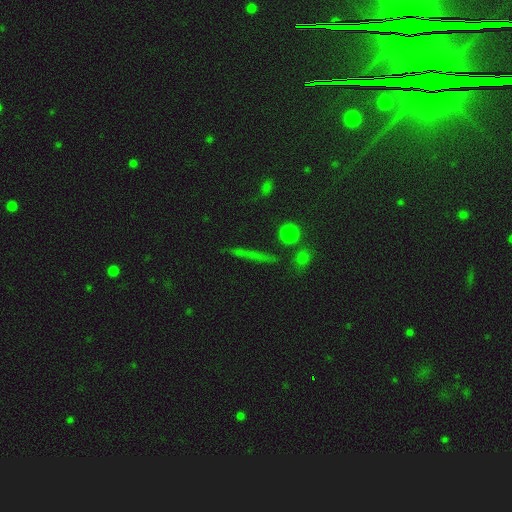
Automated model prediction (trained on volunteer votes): Overall: smooth (46%; star or artifact 27%). Merging: none (83%).